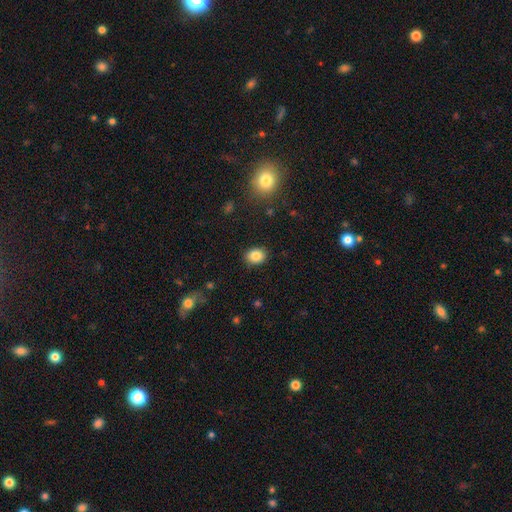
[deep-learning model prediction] This is clearly a smooth galaxy (86%). How rounded: possibly in between (52%). Merging: clearly none (87%).